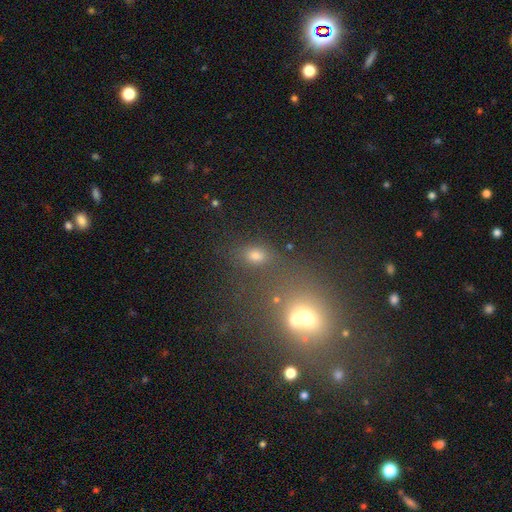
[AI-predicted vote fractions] This is likely a smooth galaxy (66%). How rounded: likely in between (66%). Merging: possibly none (54%).